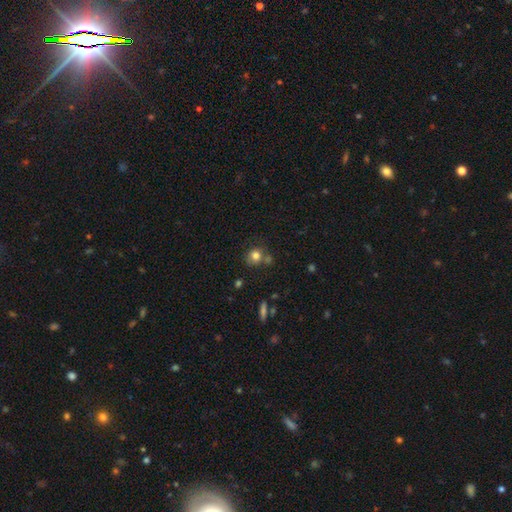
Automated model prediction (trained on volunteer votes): Smooth or featured?
  - smooth: 79% *
  - star or artifact: 12%
  - featured or disk: 9%
How rounded?
  - round: 82% *
  - in between: 16%
  - cigar-shaped: 1%
Merging?
  - none: 62% *
  - merger: 20%
  - minor disturbance: 14%
  - major disturbance: 5%